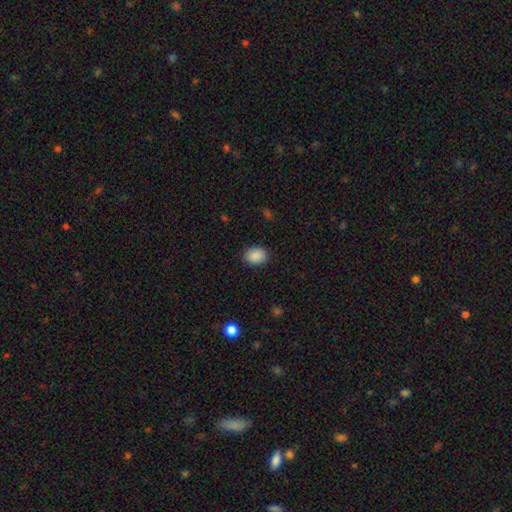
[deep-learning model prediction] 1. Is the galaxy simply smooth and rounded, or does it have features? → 89% smooth, 8% star or artifact, 3% featured or disk.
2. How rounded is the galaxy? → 57% in between, 42% round, 1% cigar-shaped.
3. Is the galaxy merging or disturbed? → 88% none, 9% minor disturbance, 2% major disturbance, 1% merger.